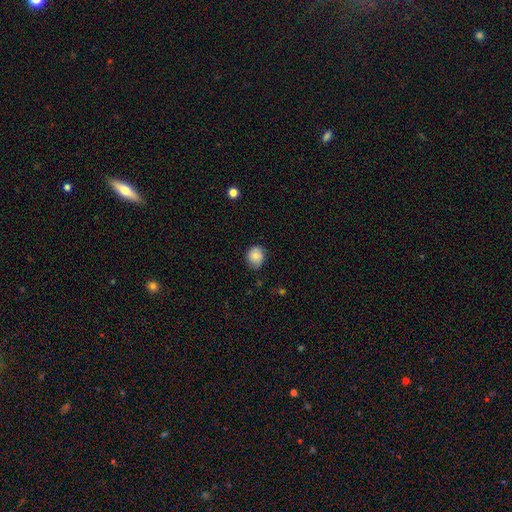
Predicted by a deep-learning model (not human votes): Smooth or featured: smooth — 80% (featured or disk — 12%)
How rounded: round — 75% (in between — 24%)
Merging: none — 73% (minor disturbance — 22%)